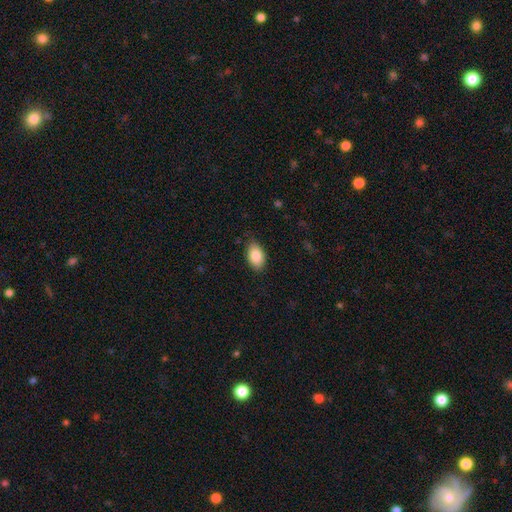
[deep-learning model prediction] Smooth or featured? Predicted: smooth (p=0.87). How rounded? Predicted: in between (p=0.91). Merging? Predicted: none (p=0.82).